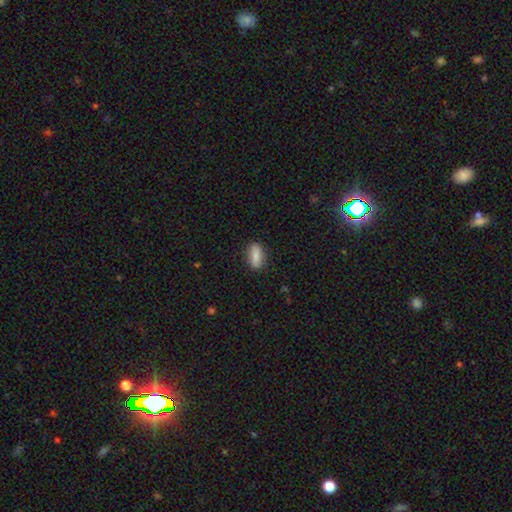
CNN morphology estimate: The model was most divided on "how rounded": in between: 74%, cigar-shaped: 23%, round: 4%. More confident: merging — none (85%); smooth or featured — smooth (82%).